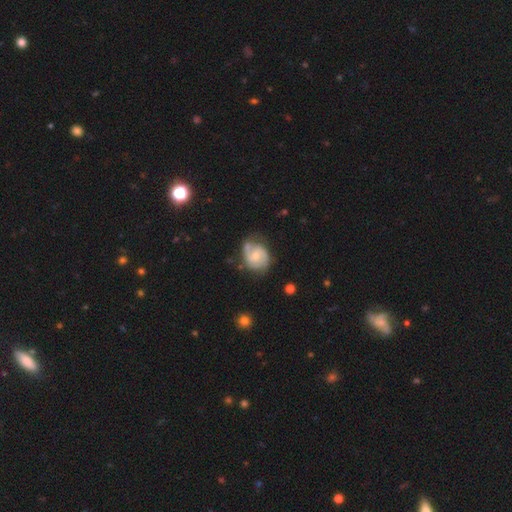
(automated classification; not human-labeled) Smooth or featured? Predicted: featured or disk (p=0.78). Edge-on disk? Predicted: no (p=0.98). Bar? Predicted: no (p=0.52). Spiral arms? Predicted: yes (p=0.94). Spiral winding? Predicted: medium (p=0.47). Spiral arm count? Predicted: 2 (p=0.82). Bulge size? Predicted: moderate (p=0.49). Merging? Predicted: none (p=0.64).